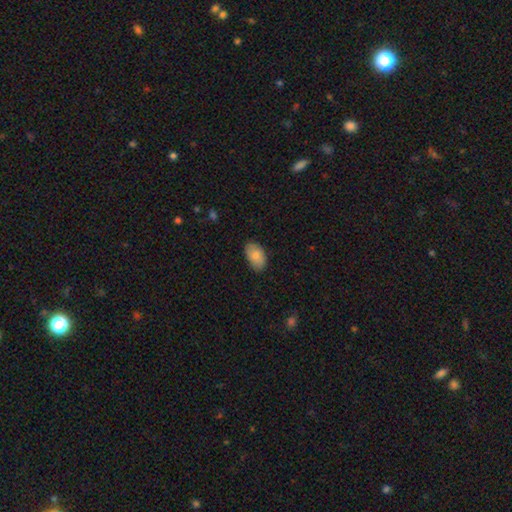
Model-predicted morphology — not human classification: type=smooth (82%); roundness=in between (93%); merging=none (84%).